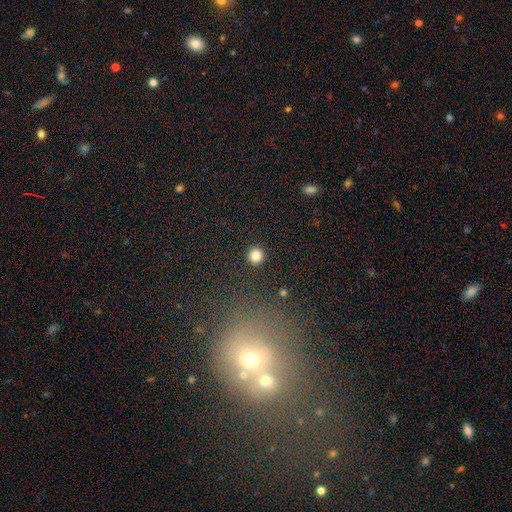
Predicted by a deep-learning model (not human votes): Smooth or featured? Predicted: smooth (p=0.83). How rounded? Predicted: round (p=0.95). Merging? Predicted: none (p=0.92).